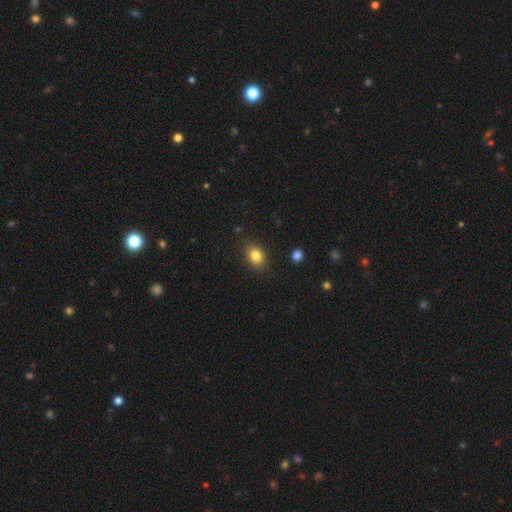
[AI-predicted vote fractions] smooth_or_featured: smooth (p=0.83) [alt: star or artifact p=0.10]
how_rounded: in between (p=0.64) [alt: round p=0.35]
merging: none (p=0.86) [alt: minor disturbance p=0.10]